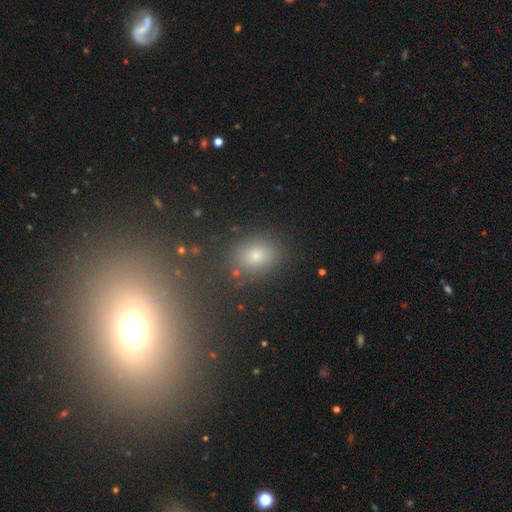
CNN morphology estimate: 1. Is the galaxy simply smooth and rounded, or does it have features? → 72% smooth, 17% star or artifact, 10% featured or disk.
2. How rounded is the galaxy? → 64% in between, 34% round, 2% cigar-shaped.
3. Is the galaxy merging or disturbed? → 81% none, 11% minor disturbance, 4% major disturbance, 4% merger.